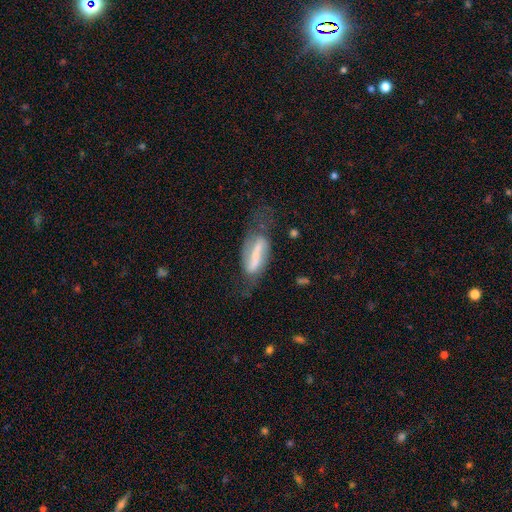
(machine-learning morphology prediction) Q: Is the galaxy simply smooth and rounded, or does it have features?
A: featured or disk — 67%.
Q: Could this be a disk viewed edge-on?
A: no — 86%.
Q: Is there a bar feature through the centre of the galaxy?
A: strong — 71%.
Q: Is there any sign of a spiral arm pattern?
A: yes — 78%.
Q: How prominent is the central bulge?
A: small — 39%.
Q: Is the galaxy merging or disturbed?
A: none — 49%.